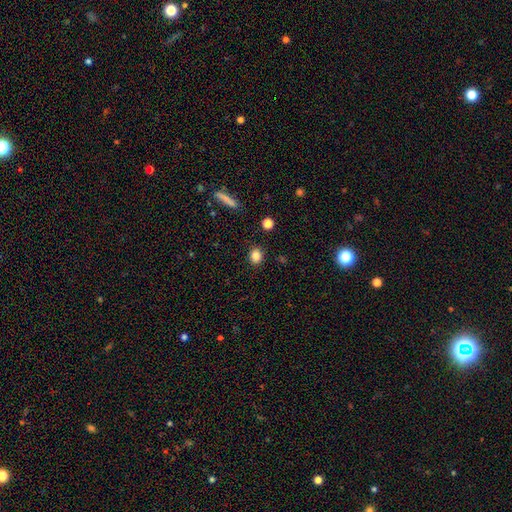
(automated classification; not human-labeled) Smooth or featured?
  - smooth: 85% *
  - star or artifact: 11%
  - featured or disk: 4%
How rounded?
  - round: 57% *
  - in between: 42%
  - cigar-shaped: 2%
Merging?
  - none: 89% *
  - minor disturbance: 8%
  - major disturbance: 2%
  - merger: 2%